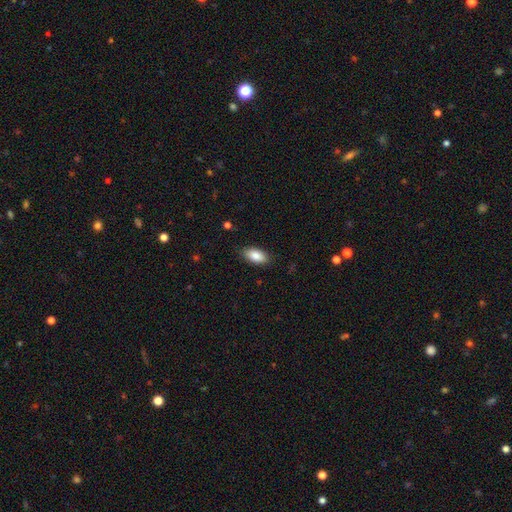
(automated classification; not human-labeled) Smooth or featured: smooth — 86% (featured or disk — 8%)
How rounded: in between — 92% (cigar-shaped — 5%)
Merging: none — 86% (minor disturbance — 11%)